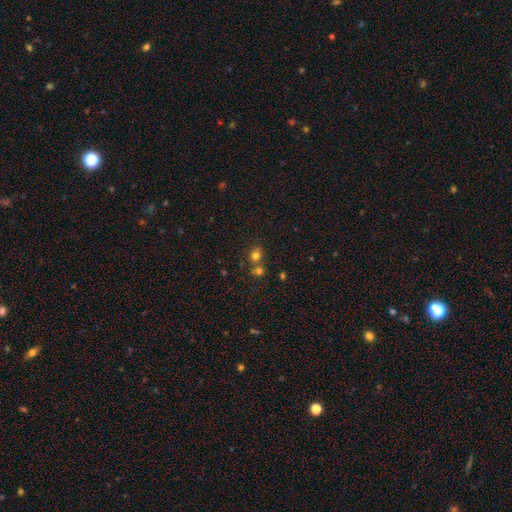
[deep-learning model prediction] A smooth galaxy with no disk features (75%) that is round (78%). Merging: none (54%).